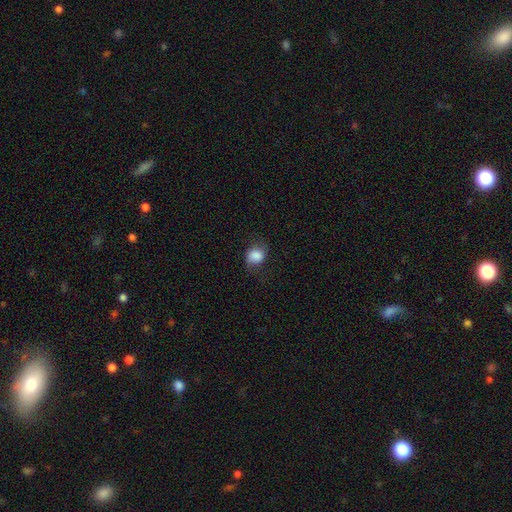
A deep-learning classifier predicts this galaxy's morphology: Q: Smooth or featured?
A: smooth (81%); runner-up: featured or disk (10%)
Q: How rounded?
A: round (60%); runner-up: in between (39%)
Q: Merging?
A: none (66%); runner-up: minor disturbance (23%)